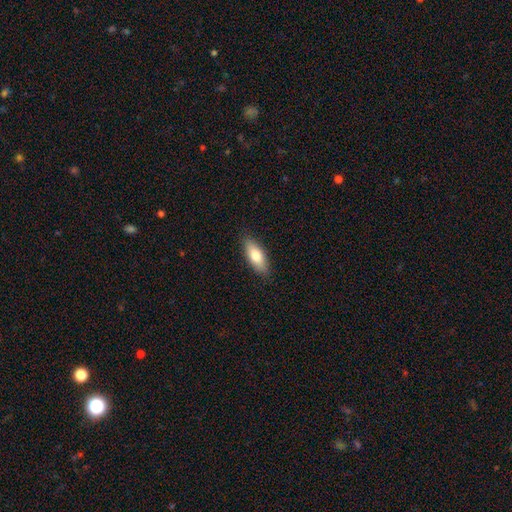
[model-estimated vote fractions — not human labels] A smooth galaxy with no disk features (77%) that is in between round and cigar-shaped (75%). Merging: none (86%).